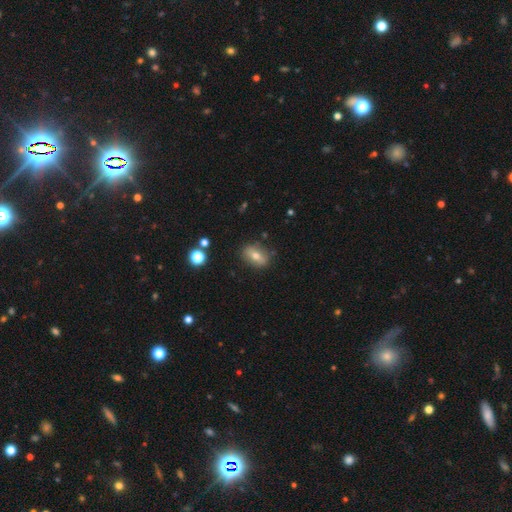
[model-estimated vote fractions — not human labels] Smooth or featured: smooth — 62% (featured or disk — 29%)
How rounded: in between — 78% (round — 15%)
Merging: none — 82% (minor disturbance — 13%)